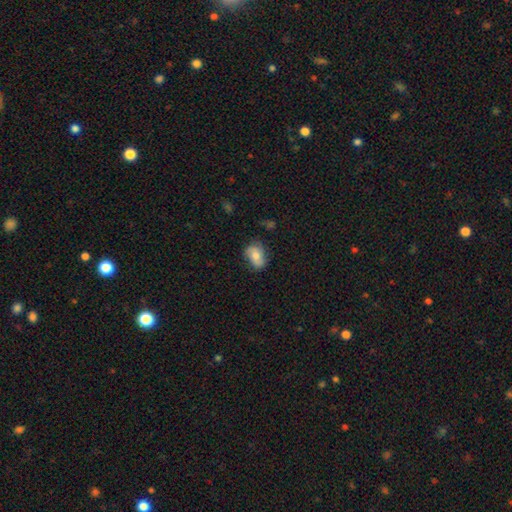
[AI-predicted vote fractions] Smooth or featured? smooth (63%)
How rounded? in between (75%)
Merging? none (67%)